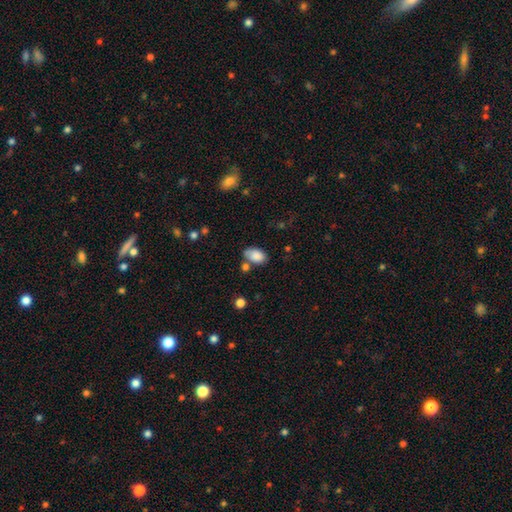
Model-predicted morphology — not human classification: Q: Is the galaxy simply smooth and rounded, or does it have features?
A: smooth — 85%.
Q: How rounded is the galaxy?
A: in between — 90%.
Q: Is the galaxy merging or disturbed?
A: none — 57%.